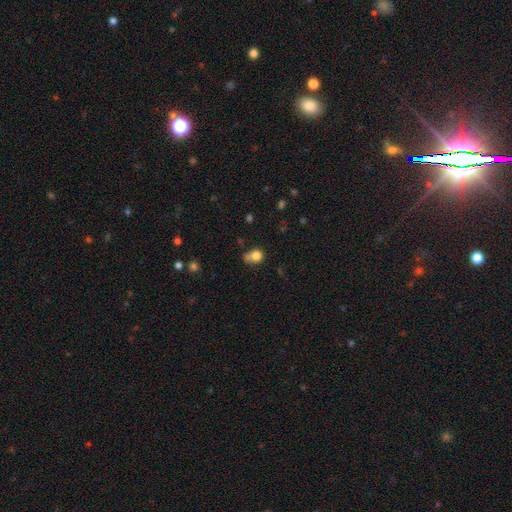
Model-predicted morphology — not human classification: A smooth galaxy with no disk features (81%) that is round (56%). Merging: none (43%).